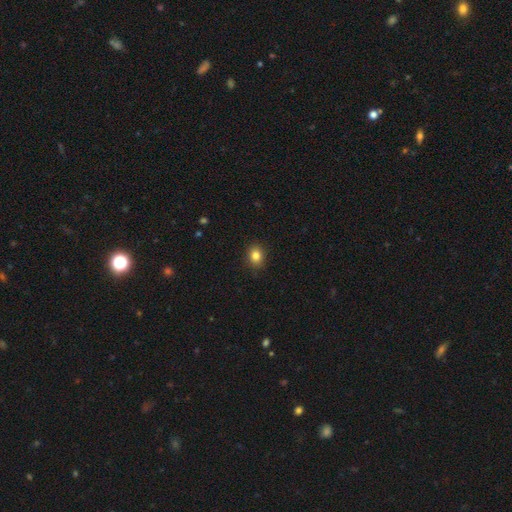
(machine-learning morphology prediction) Overall: smooth (84%). How rounded: round (51%; in between 48%). Merging: none (89%).